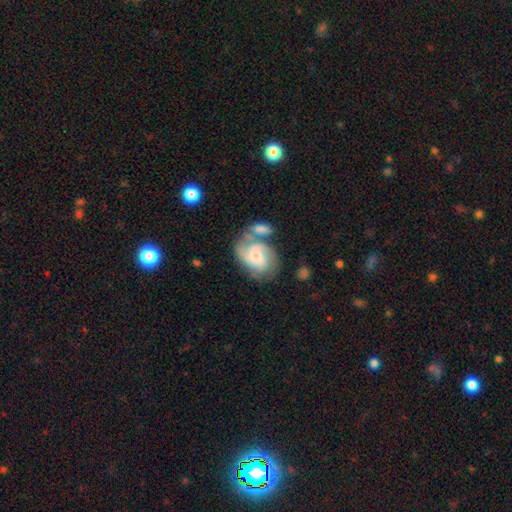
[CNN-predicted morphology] featured or disk 72%, smooth 22%, star or artifact 6%. Down the decision tree: edge-on disk — no (98%); bar — no (56%); spiral arms — yes (93%); spiral arm count — 2 (53%); spiral winding — medium (48%); bulge size — small (59%); merging — none (37%).